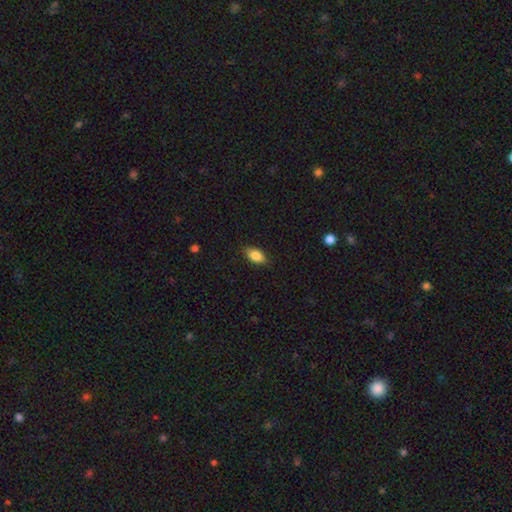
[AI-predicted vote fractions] This appears to be a smooth galaxy with no disk features (84%) that is in between round and cigar-shaped (89%). Merging: none (85%).